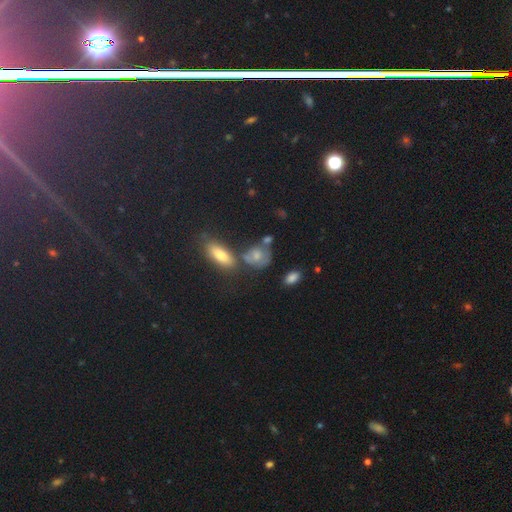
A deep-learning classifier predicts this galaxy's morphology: Smooth or featured? Predicted: smooth (p=0.54). How rounded? Predicted: in between (p=0.50). Merging? Predicted: none (p=0.60).